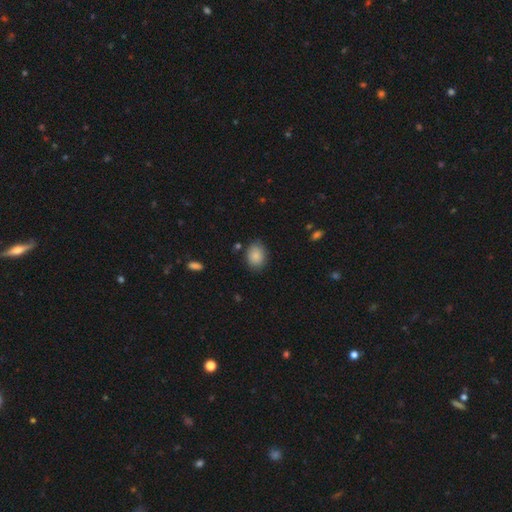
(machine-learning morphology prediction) A smooth galaxy with no disk features (87%) that is in between round and cigar-shaped (62%).

Vote fractions:
- Smooth or featured? smooth: 87% / star or artifact: 8% / featured or disk: 6%
- How rounded? in between: 62% / round: 37% / cigar-shaped: 1%
- Merging? none: 82% / minor disturbance: 14% / major disturbance: 3% / merger: 2%